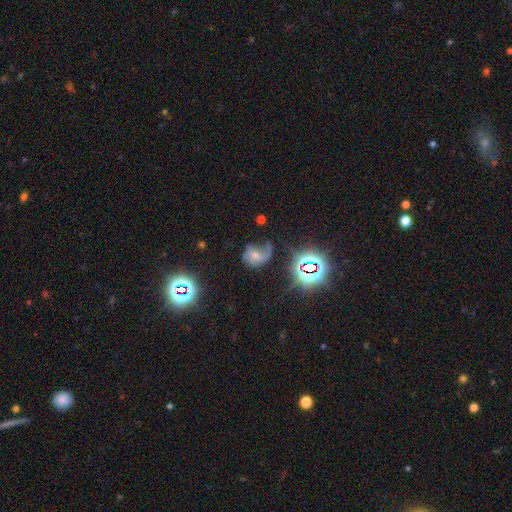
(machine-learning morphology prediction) A featured or disk galaxy (52%) with no bar (62%), spiral arms (79%) and a moderate central bulge (45%).

Vote fractions:
- Smooth or featured? featured or disk: 52% / smooth: 26% / star or artifact: 22%
- Edge-on disk? no: 97% / yes: 3%
- Bar? no: 62% / weak: 29% / strong: 9%
- Spiral arms? yes: 79% / no: 21%
- Bulge size? moderate: 45% / small: 37% / none: 10% / large: 5% / dominant: 2%
- Merging? major disturbance: 37% / none: 31% / minor disturbance: 26% / merger: 6%